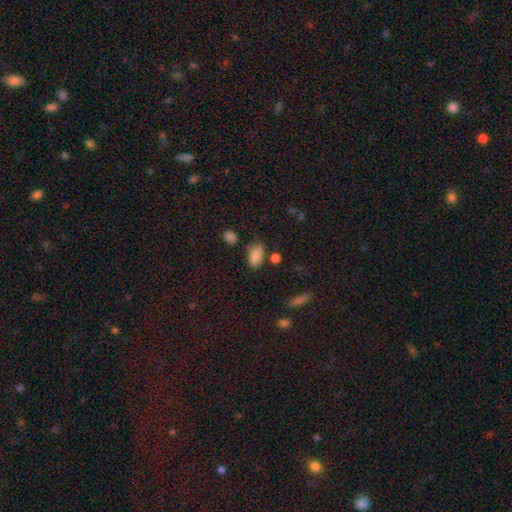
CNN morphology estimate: Overall: smooth (84%). How rounded: in between (92%). Merging: none (67%).